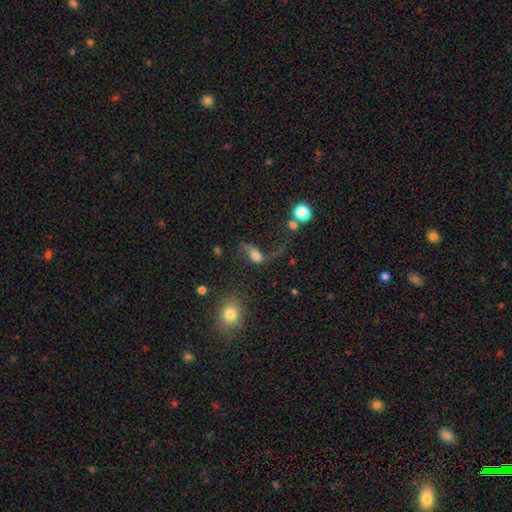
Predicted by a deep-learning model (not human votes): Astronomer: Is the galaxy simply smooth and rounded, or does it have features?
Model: featured or disk — 50% (runner-up: smooth, 38%).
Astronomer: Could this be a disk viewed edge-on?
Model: no — 92%.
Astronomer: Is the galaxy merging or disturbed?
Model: major disturbance — 39% (runner-up: none, 34%).